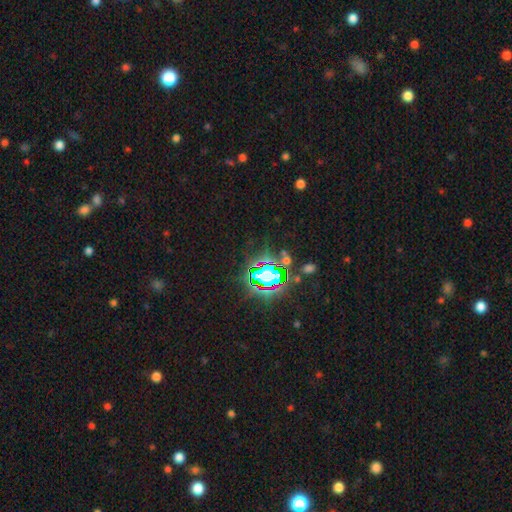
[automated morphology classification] This appears to be a star or artifact, not a galaxy (82%).